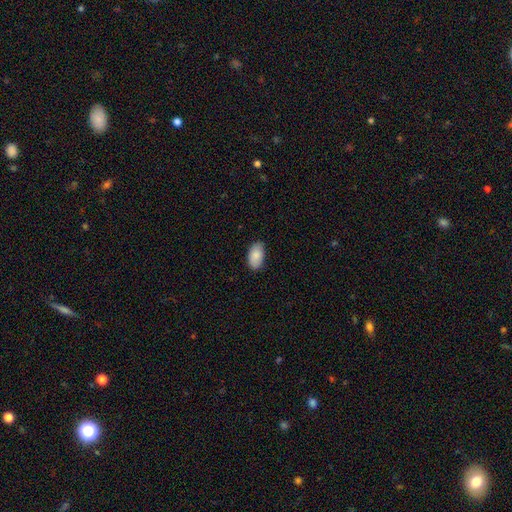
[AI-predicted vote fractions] Smooth or featured: smooth — 87% (featured or disk — 7%)
How rounded: in between — 95% (round — 4%)
Merging: none — 84% (minor disturbance — 13%)